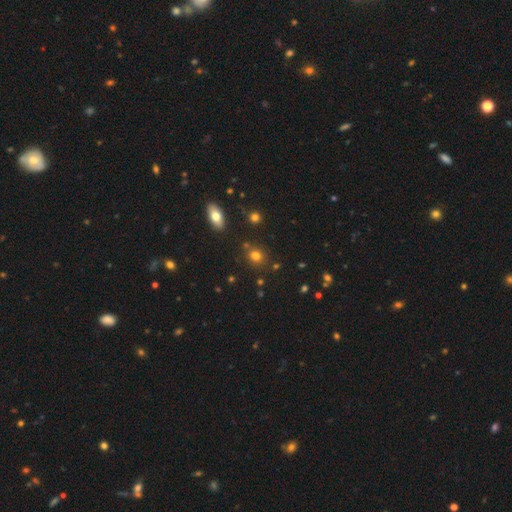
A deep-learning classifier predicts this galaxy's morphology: Smooth or featured?
  - smooth: 77% *
  - star or artifact: 15%
  - featured or disk: 8%
How rounded?
  - round: 70% *
  - in between: 29%
  - cigar-shaped: 2%
Merging?
  - none: 79% *
  - minor disturbance: 10%
  - merger: 8%
  - major disturbance: 3%